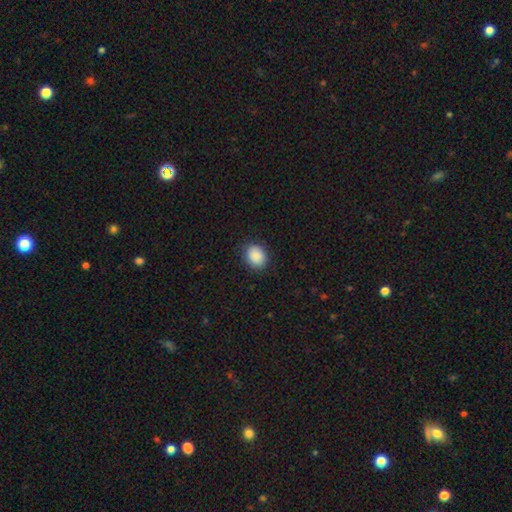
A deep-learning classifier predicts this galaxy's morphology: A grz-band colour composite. It shows a smooth galaxy with no disk features (89%) that is round (53%). Merging: none (87%).